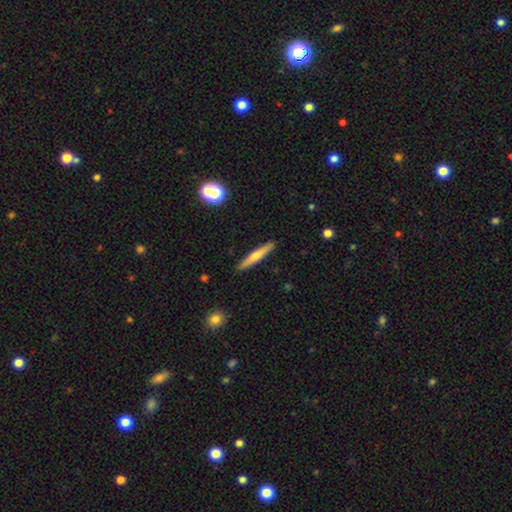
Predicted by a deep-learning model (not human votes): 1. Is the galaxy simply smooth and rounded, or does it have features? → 50% smooth, 44% featured or disk, 6% star or artifact.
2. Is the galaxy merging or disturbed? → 91% none, 6% minor disturbance, 1% major disturbance, 1% merger.